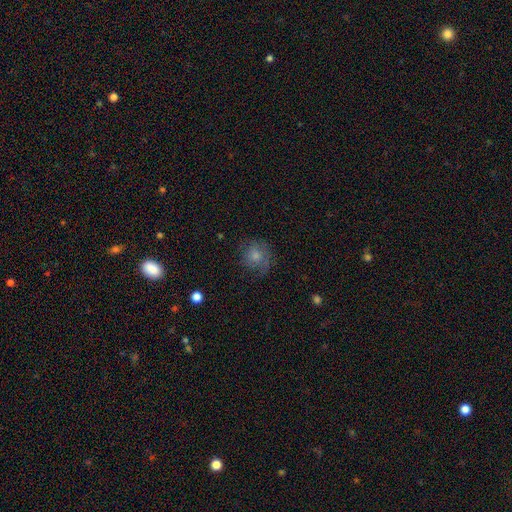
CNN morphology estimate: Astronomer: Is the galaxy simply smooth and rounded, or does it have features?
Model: smooth — 72%.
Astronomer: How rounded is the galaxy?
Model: round — 83%.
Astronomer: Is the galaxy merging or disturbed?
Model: none — 63%.